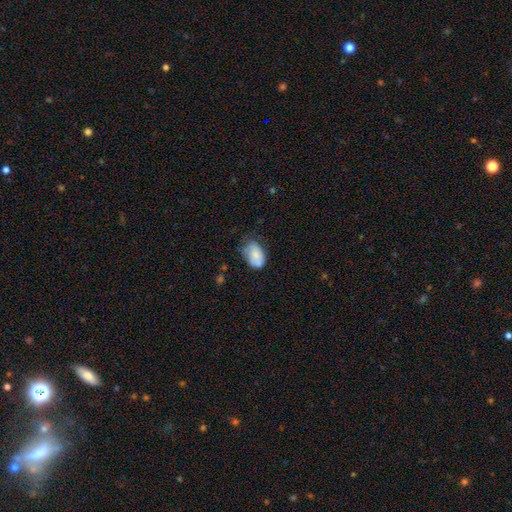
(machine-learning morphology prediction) smooth-or-featured: smooth: 78% | featured or disk: 15% | star or artifact: 7%
  how-rounded: in between: 89% | round: 9% | cigar-shaped: 1%
  merging: none: 51% | minor disturbance: 34% | major disturbance: 10% | merger: 5%